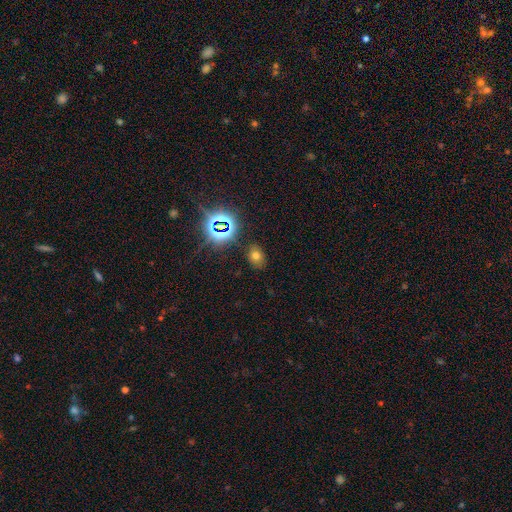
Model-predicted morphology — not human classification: type=smooth (62%); roundness=in between (65%); merging=none (84%).